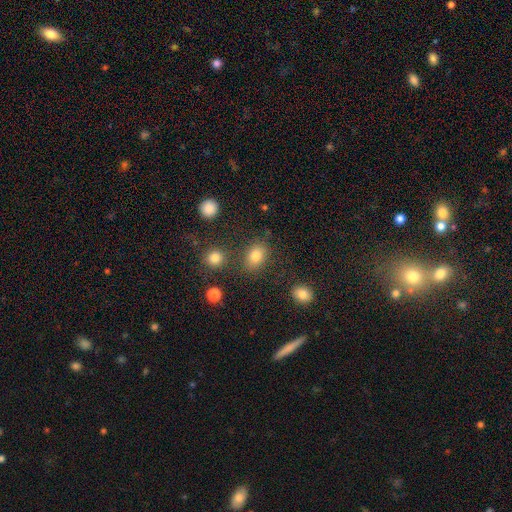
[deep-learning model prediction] A smooth galaxy with no disk features (79%) that is in between round and cigar-shaped (72%). Merging: none (77%).